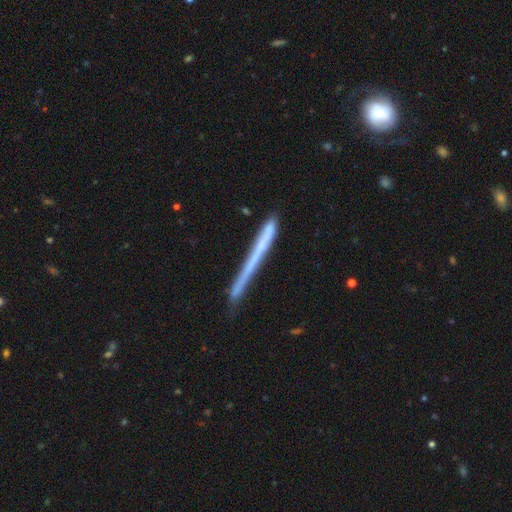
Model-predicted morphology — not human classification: Q: Smooth or featured?
A: featured or disk (48%); runner-up: smooth (45%)
Q: Merging?
A: none (78%); runner-up: minor disturbance (16%)